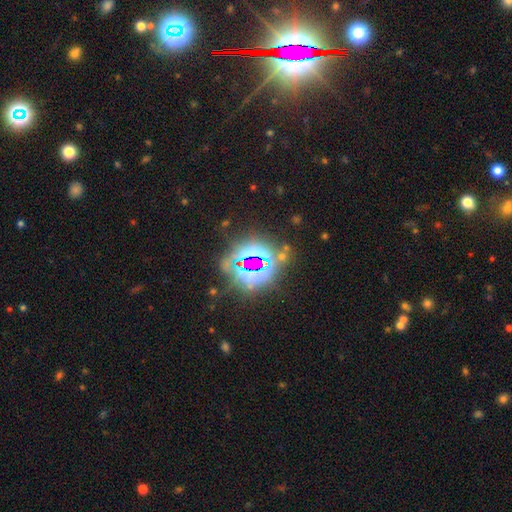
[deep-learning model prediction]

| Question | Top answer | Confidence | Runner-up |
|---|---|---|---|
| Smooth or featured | star or artifact | 81% | smooth (10%) |